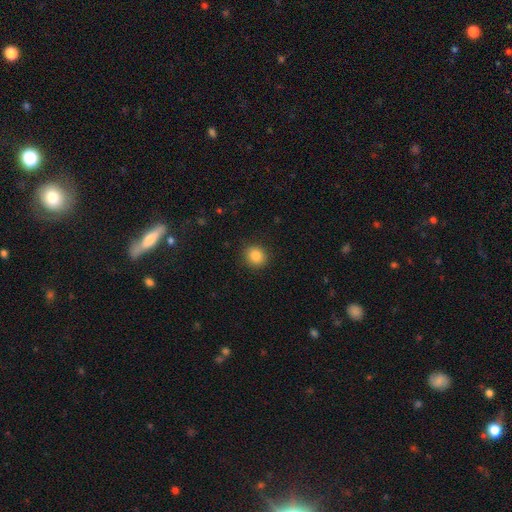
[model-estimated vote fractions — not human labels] This is clearly a smooth galaxy (86%). How rounded: clearly round (87%). Merging: clearly none (89%).